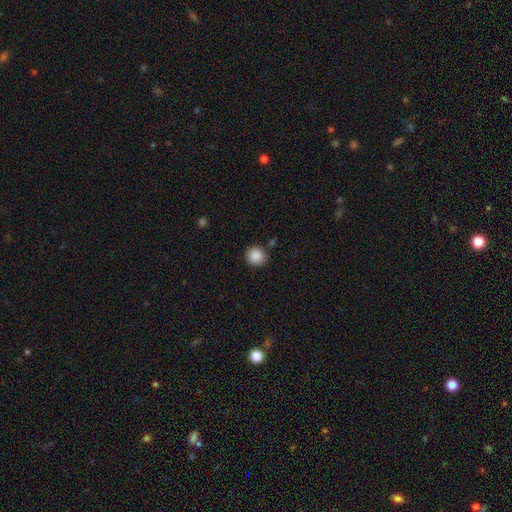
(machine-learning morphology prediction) Smooth or featured?
  - smooth: 88% *
  - star or artifact: 9%
  - featured or disk: 3%
How rounded?
  - round: 89% *
  - in between: 10%
  - cigar-shaped: 1%
Merging?
  - none: 84% *
  - minor disturbance: 10%
  - merger: 3%
  - major disturbance: 3%